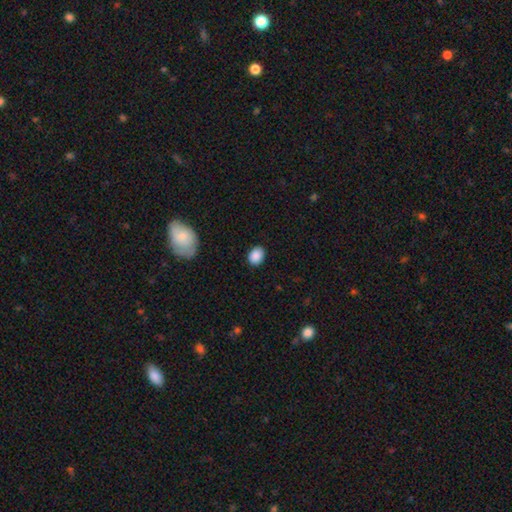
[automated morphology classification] Overall: smooth (88%). How rounded: in between (60%; round 39%). Merging: none (87%).